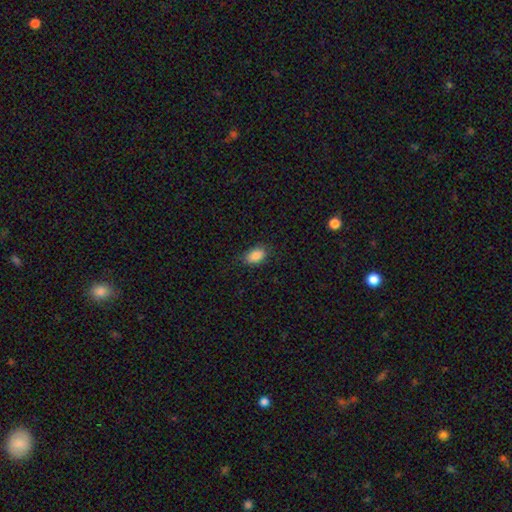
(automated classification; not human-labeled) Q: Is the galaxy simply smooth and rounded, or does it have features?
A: smooth — 87%.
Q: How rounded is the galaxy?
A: in between — 90%.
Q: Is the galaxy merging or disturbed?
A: none — 81%.